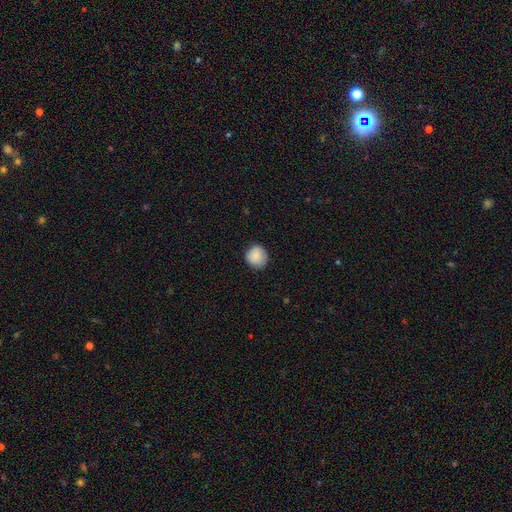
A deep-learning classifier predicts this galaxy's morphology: The model was most divided on "merging": none: 84%, minor disturbance: 13%, major disturbance: 3%, merger: 1%. More confident: how rounded — round (90%); smooth or featured — smooth (88%).